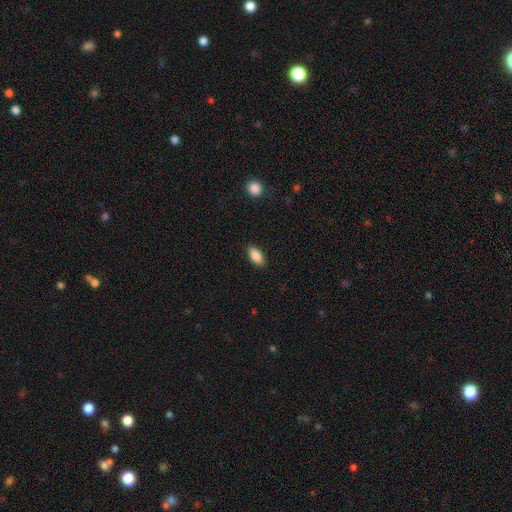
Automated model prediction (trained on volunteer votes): This appears to be a smooth galaxy with no disk features (87%) that is in between round and cigar-shaped (90%). Merging: none (88%).